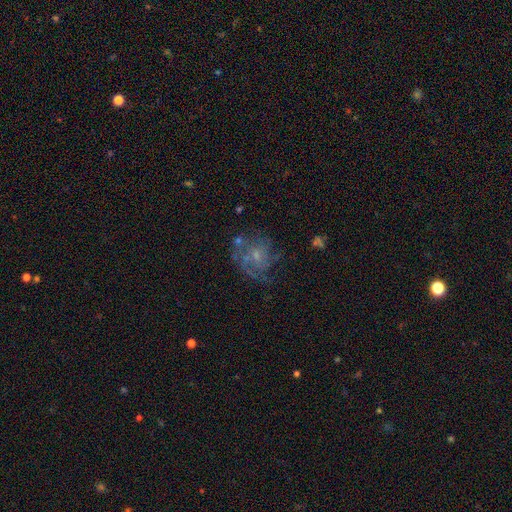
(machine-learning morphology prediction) This appears to be a featured or disk galaxy (67%) with no bar (73%), tight (40%) spiral arms (76%) and a small central bulge (66%). Merging: none (52%).